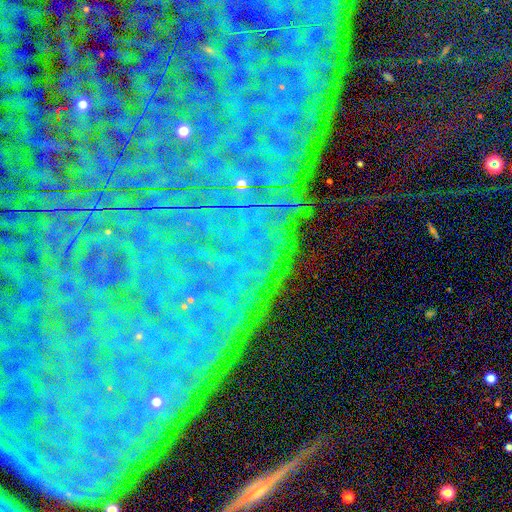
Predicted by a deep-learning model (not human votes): This appears to be a star or artifact, not a galaxy (81%).